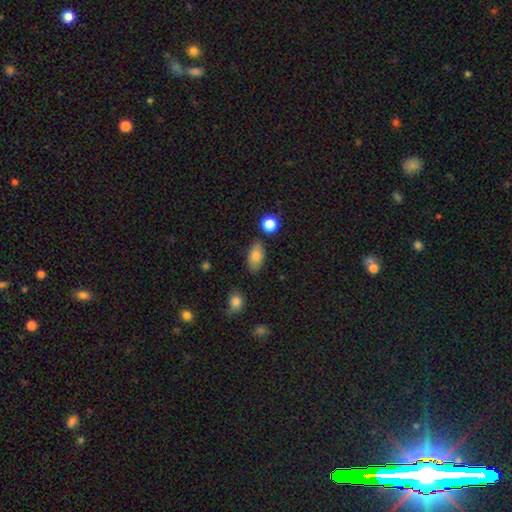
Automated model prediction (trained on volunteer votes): A smooth galaxy with no disk features (83%) that is in between round and cigar-shaped (90%). Merging: none (81%).